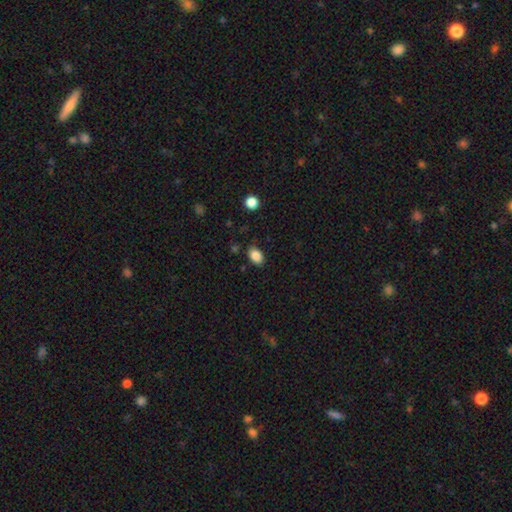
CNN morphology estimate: This is clearly a smooth galaxy (86%). How rounded: clearly in between (82%). Merging: clearly none (84%).